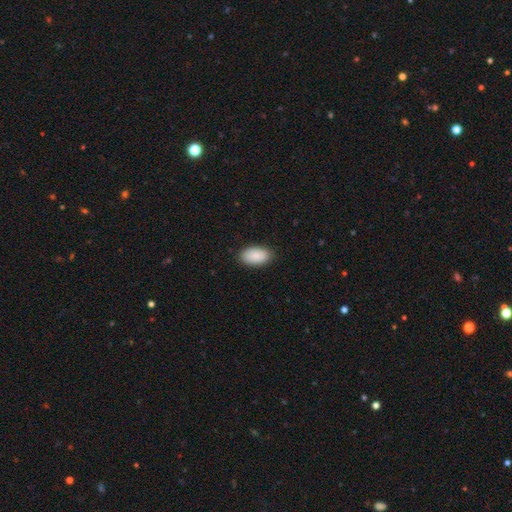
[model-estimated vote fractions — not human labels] Smooth or featured: smooth — 90% (star or artifact — 6%)
How rounded: in between — 95% (round — 3%)
Merging: none — 88% (minor disturbance — 9%)